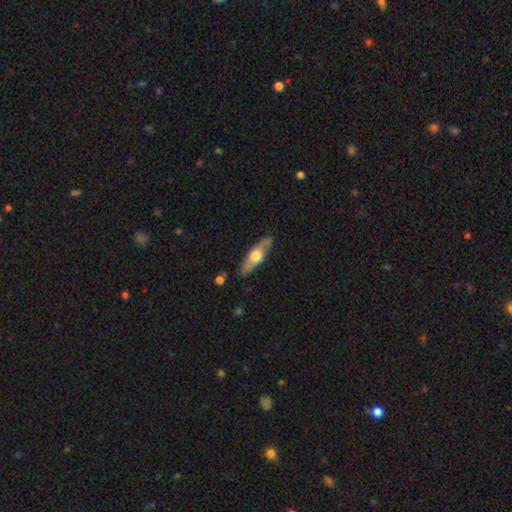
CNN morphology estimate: Smooth or featured?
  - featured or disk: 50% *
  - smooth: 45%
  - star or artifact: 5%
Merging?
  - none: 84% *
  - minor disturbance: 12%
  - major disturbance: 2%
  - merger: 2%